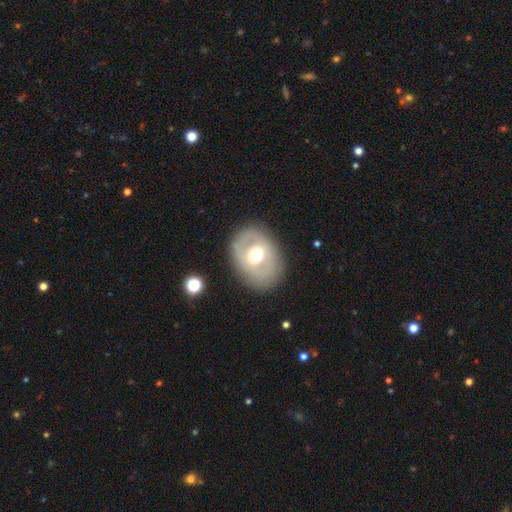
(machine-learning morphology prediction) Q: Smooth or featured?
A: featured or disk (52%); runner-up: smooth (41%)
Q: Edge-on disk?
A: no (93%); runner-up: yes (7%)
Q: Merging?
A: none (82%); runner-up: minor disturbance (11%)